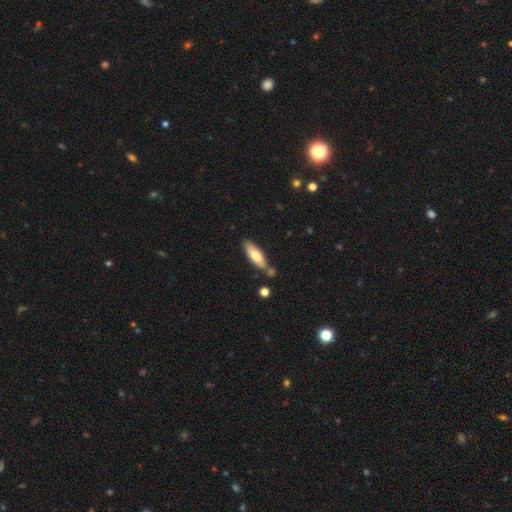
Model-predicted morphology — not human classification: Overall: smooth (72%). How rounded: in between (54%; cigar-shaped 45%). Merging: none (70%).